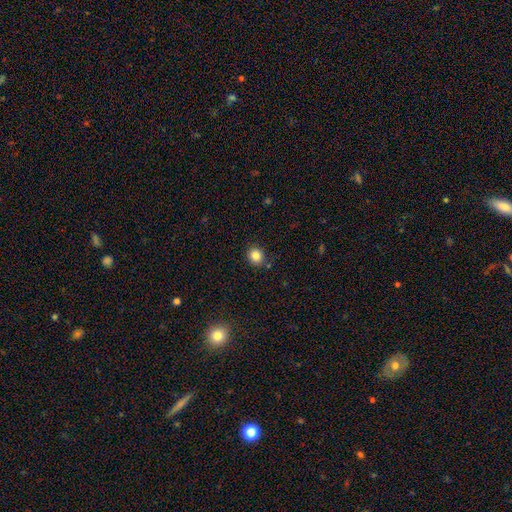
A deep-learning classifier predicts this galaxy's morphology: Smooth or featured?
  - smooth: 84% *
  - star or artifact: 11%
  - featured or disk: 5%
How rounded?
  - round: 86% *
  - in between: 13%
  - cigar-shaped: 1%
Merging?
  - none: 88% *
  - minor disturbance: 7%
  - merger: 3%
  - major disturbance: 2%